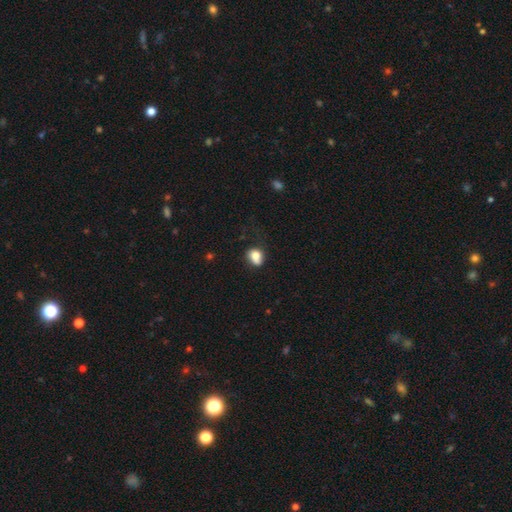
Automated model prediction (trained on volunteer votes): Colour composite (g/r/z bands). It shows a smooth galaxy with no disk features (76%) that is round (51%). Merging: none (44%).